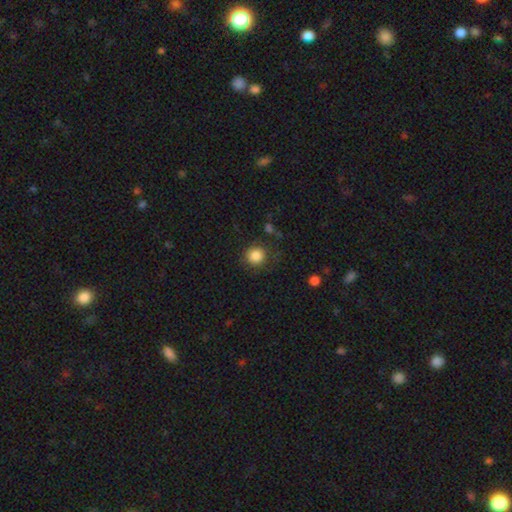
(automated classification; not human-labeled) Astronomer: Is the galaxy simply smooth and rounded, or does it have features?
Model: smooth — 86%.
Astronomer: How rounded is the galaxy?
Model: round — 91%.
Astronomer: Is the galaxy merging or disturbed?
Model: none — 80%.